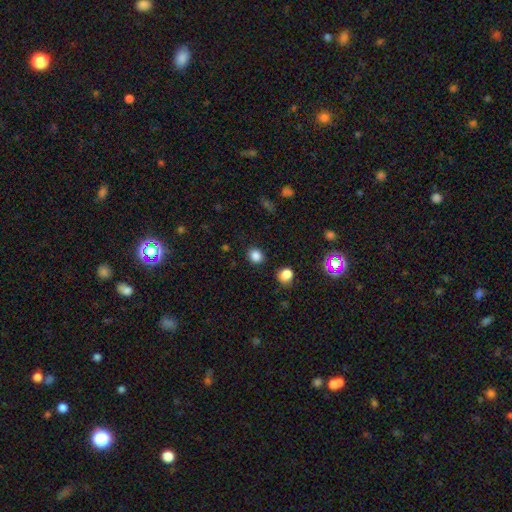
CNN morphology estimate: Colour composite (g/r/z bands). It shows a smooth galaxy with no disk features (84%) that is round (70%). Merging: none (87%).